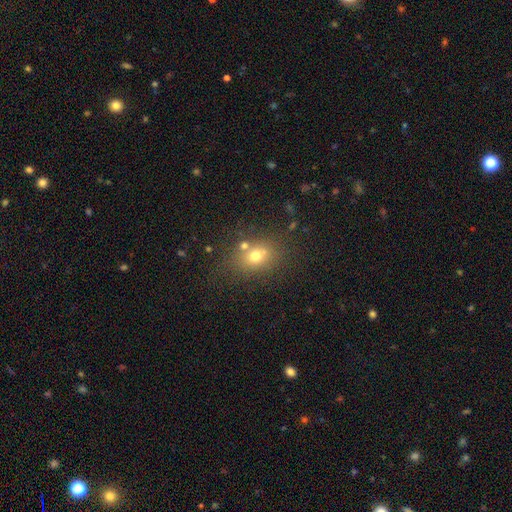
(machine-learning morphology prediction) A smooth galaxy with no disk features (68%) that is in between round and cigar-shaped (54%). Merging: none (67%).